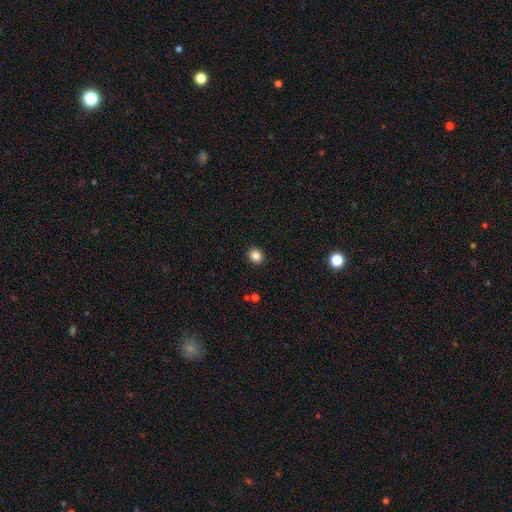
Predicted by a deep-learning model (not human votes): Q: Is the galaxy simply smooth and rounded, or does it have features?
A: smooth — 85%.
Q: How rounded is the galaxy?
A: round — 75%.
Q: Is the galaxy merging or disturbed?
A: none — 91%.